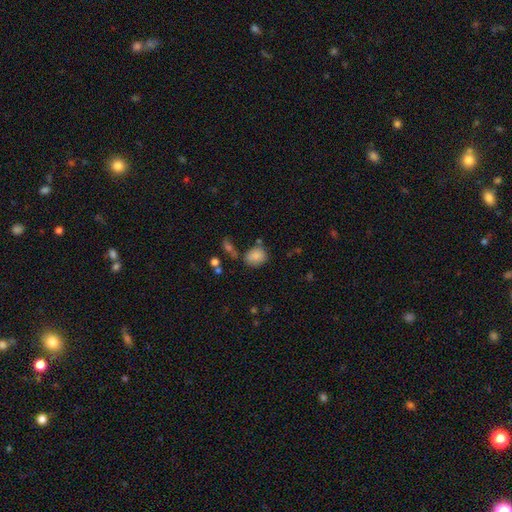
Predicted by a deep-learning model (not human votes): Smooth or featured? Predicted: smooth (p=0.83). How rounded? Predicted: round (p=0.51). Merging? Predicted: none (p=0.64).